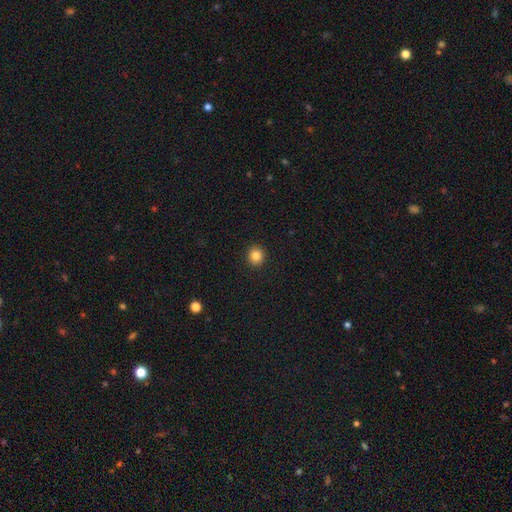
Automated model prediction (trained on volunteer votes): This is clearly a smooth galaxy (84%). How rounded: clearly round (89%). Merging: clearly none (93%).